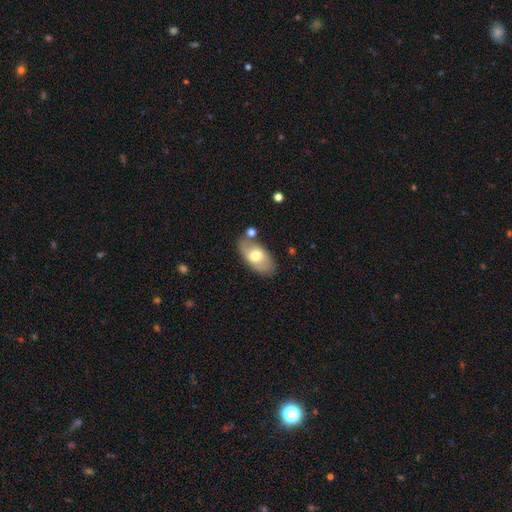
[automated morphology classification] The model was most divided on "smooth or featured": smooth: 60%, featured or disk: 34%, star or artifact: 6%. More confident: how rounded — in between (93%); merging — none (71%).